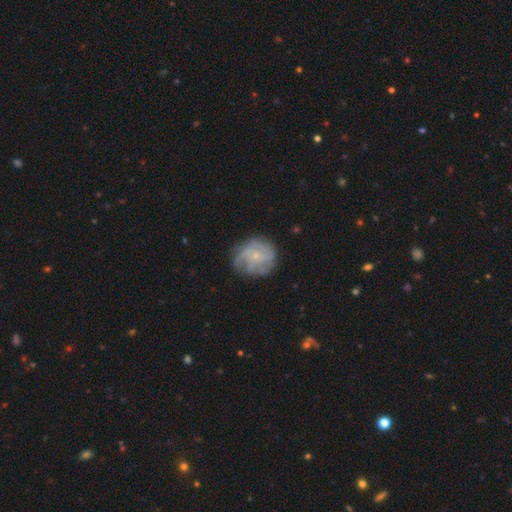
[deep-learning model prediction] A featured or disk galaxy (71%) with no bar (74%), tight (47%) spiral arms (90%) and a small central bulge (77%). Merging: none (70%).